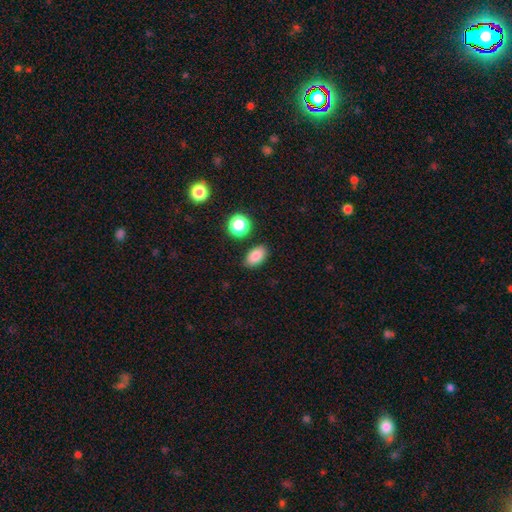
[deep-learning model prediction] Smooth or featured? Predicted: smooth (p=0.84). How rounded? Predicted: in between (p=0.88). Merging? Predicted: none (p=0.84).